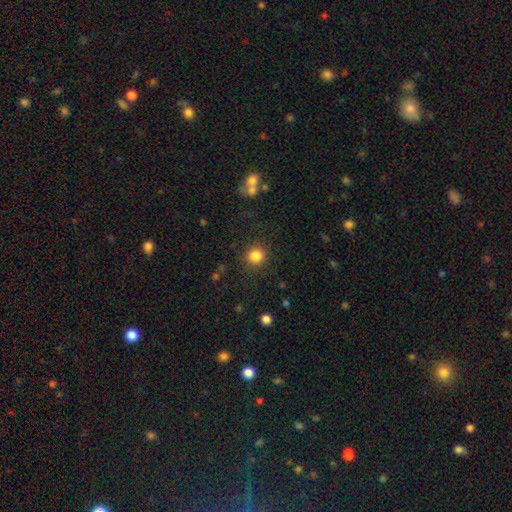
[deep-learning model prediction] Morphology: type=smooth (84%); roundness=round (90%); merging=none (87%).